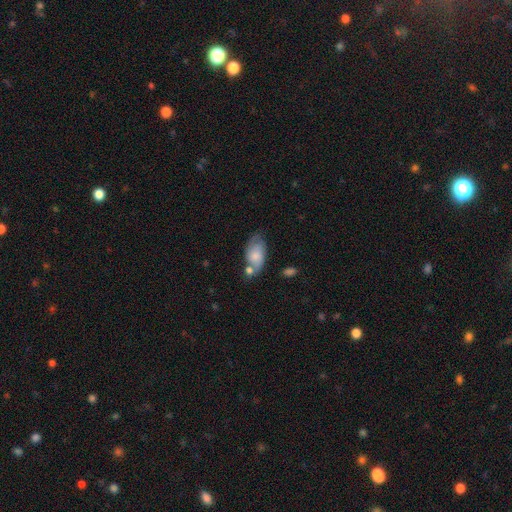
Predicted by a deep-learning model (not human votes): Overall: smooth (63%; featured or disk 30%). How rounded: in between (91%). Merging: none (43%; minor disturbance 26%).